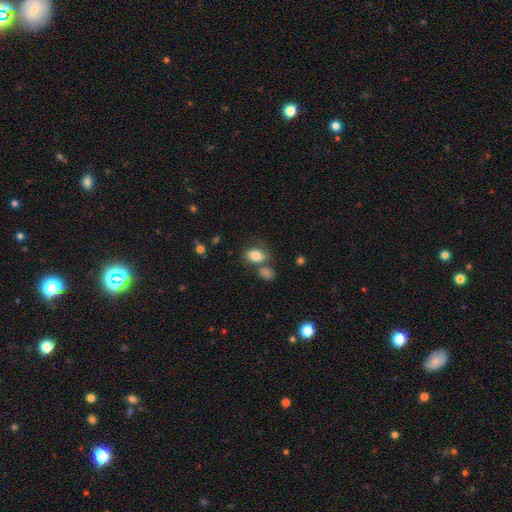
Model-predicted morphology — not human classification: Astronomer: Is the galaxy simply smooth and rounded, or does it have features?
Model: smooth — 81%.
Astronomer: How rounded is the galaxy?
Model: in between — 77%.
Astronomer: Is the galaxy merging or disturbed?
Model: none — 57%.